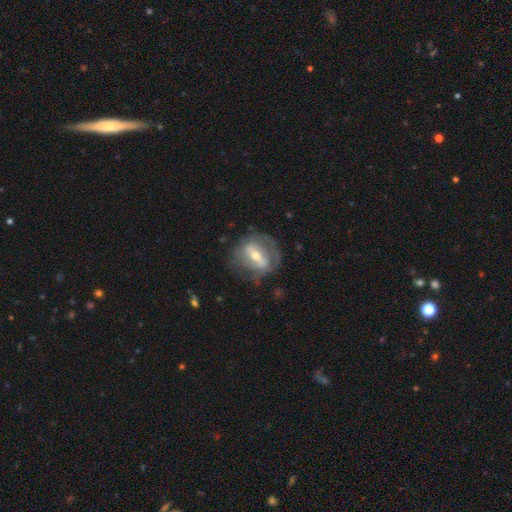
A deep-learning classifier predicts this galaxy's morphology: smooth-or-featured: featured or disk: 72% | smooth: 21% | star or artifact: 7%
  disk-edge-on: no: 88% | yes: 12%
    bar: strong: 59% | weak: 28% | no: 13%
    has-spiral-arms: yes: 56% | no: 44%
    bulge-size: moderate: 57% | small: 36% | large: 4% | none: 1% | dominant: 1%
  merging: none: 64% | minor disturbance: 20% | major disturbance: 14% | merger: 2%